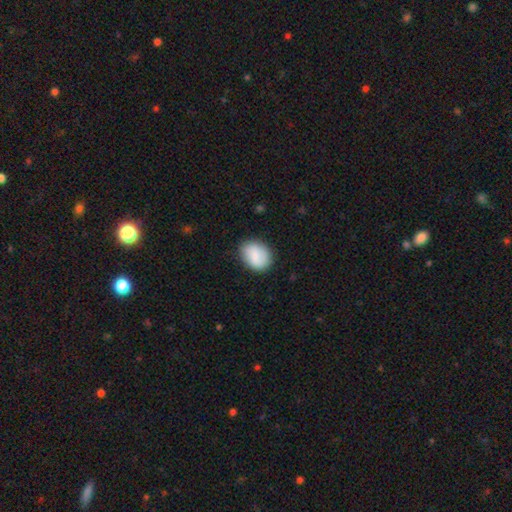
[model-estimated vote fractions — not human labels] This appears to be a smooth galaxy with no disk features (76%) that is in between round and cigar-shaped (53%). Merging: none (81%).